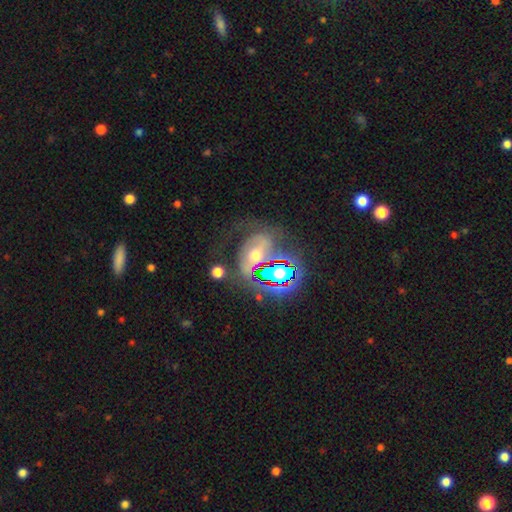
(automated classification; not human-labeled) Overall: featured or disk (49%; smooth 26%). Merging: none (46%; major disturbance 24%).